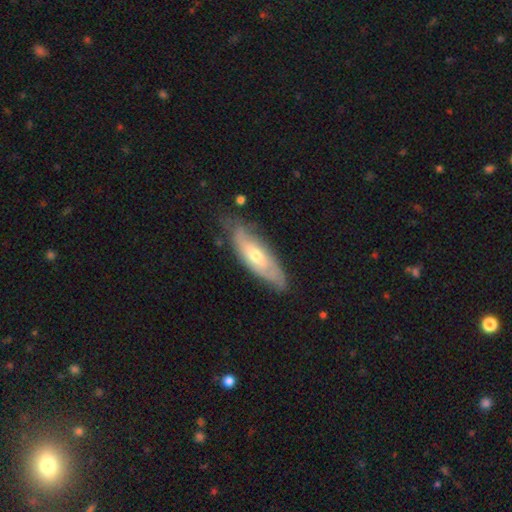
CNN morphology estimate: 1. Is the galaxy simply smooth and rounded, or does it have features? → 63% featured or disk, 31% smooth, 6% star or artifact.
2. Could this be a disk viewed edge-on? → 71% no, 29% yes.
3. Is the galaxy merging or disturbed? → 69% none, 23% minor disturbance, 5% major disturbance, 2% merger.